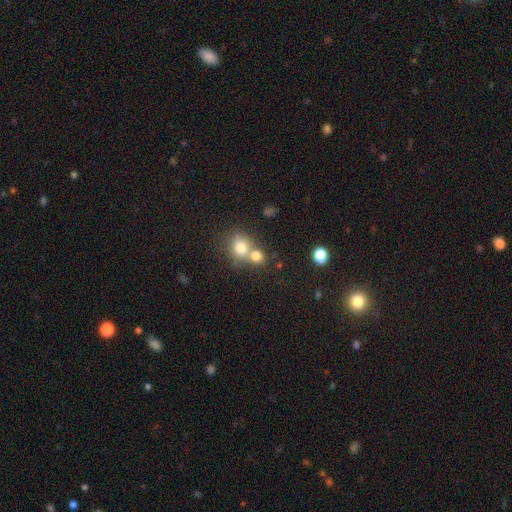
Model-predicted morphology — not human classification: Smooth or featured? Predicted: smooth (p=0.77). How rounded? Predicted: round (p=0.70). Merging? Predicted: merger (p=0.52).